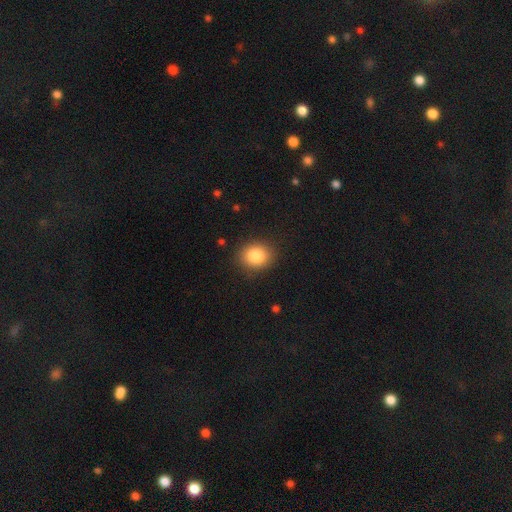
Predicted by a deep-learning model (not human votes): smooth_or_featured: smooth (p=0.84) [alt: star or artifact p=0.09]
how_rounded: round (p=0.64) [alt: in between p=0.35]
merging: none (p=0.88) [alt: minor disturbance p=0.09]